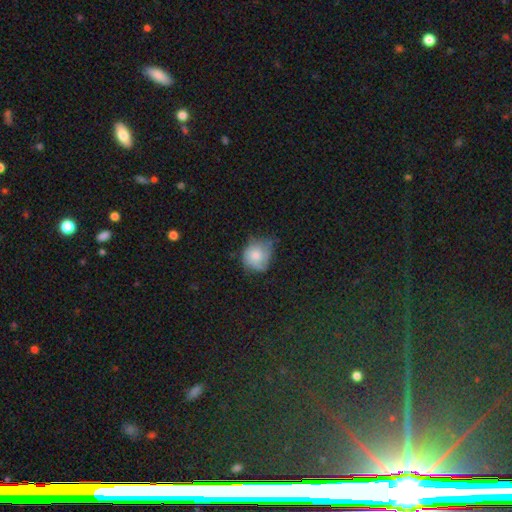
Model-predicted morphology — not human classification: Smooth or featured? Predicted: smooth (p=0.67). How rounded? Predicted: round (p=0.74). Merging? Predicted: none (p=0.45).